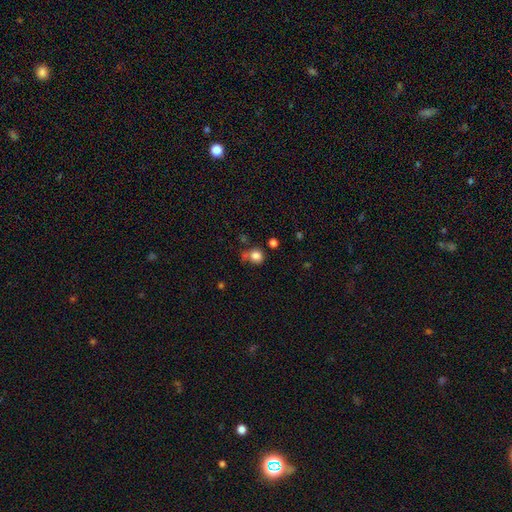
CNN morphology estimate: A smooth galaxy with no disk features (82%) that is round (81%). Merging: none (61%).